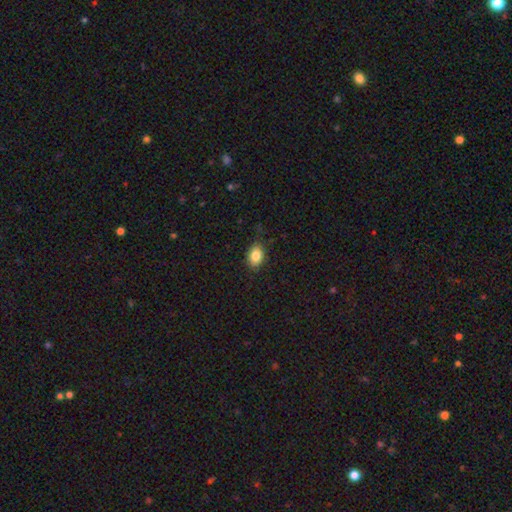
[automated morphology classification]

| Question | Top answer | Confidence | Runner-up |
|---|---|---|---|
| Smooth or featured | smooth | 85% | star or artifact (9%) |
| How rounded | in between | 78% | round (20%) |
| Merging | none | 82% | minor disturbance (14%) |